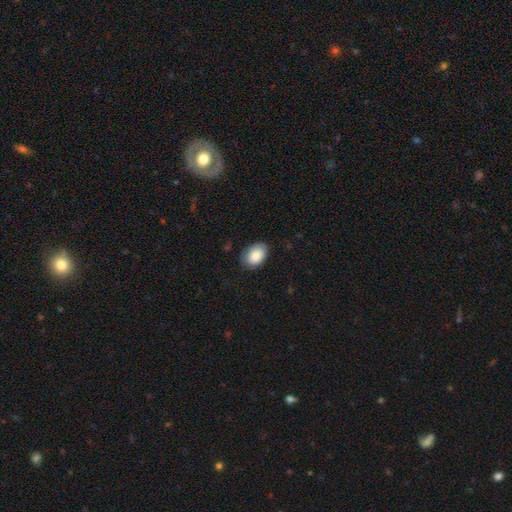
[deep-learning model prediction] Smooth or featured? smooth (85%)
How rounded? in between (84%)
Merging? none (76%)